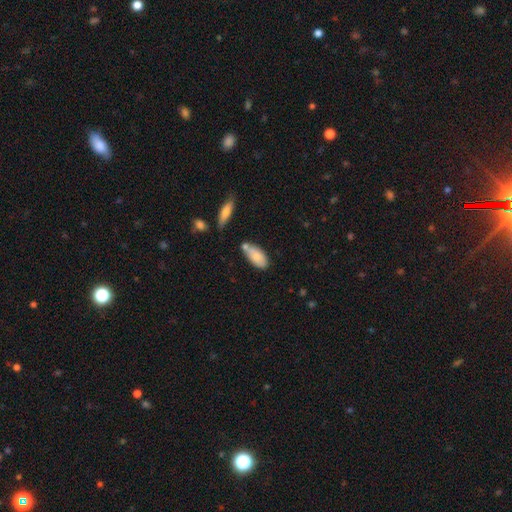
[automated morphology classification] The model was most divided on "merging": none: 55%, minor disturbance: 22%, merger: 18%, major disturbance: 5%. More confident: how rounded — in between (88%); smooth or featured — smooth (79%).